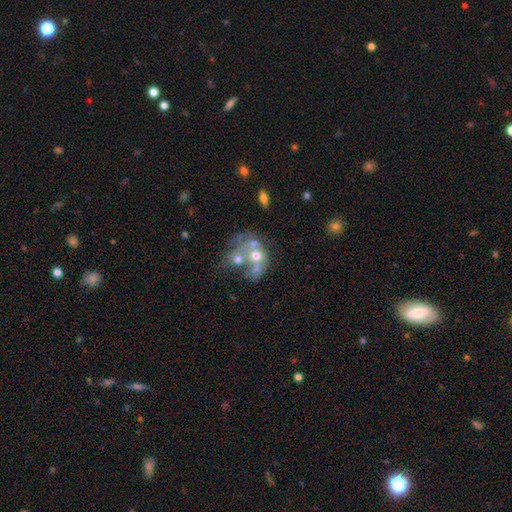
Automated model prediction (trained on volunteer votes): This appears to be a featured or disk galaxy (51%). Merging: merger (61%).